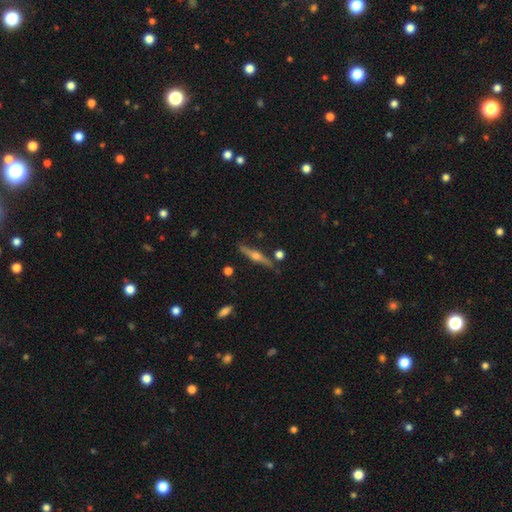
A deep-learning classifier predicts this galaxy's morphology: featured or disk 76%, smooth 17%, star or artifact 6%. Down the decision tree: edge-on disk — yes (98%); edge-on bulge — rounded (93%); merging — none (85%).